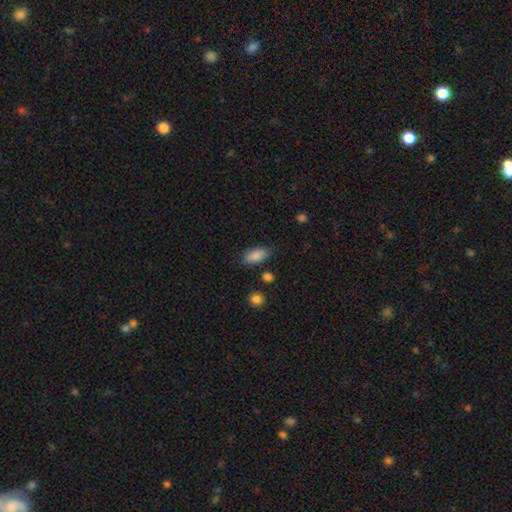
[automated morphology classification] Smooth or featured: smooth — 87% (star or artifact — 8%)
How rounded: in between — 90% (cigar-shaped — 6%)
Merging: none — 80% (minor disturbance — 14%)